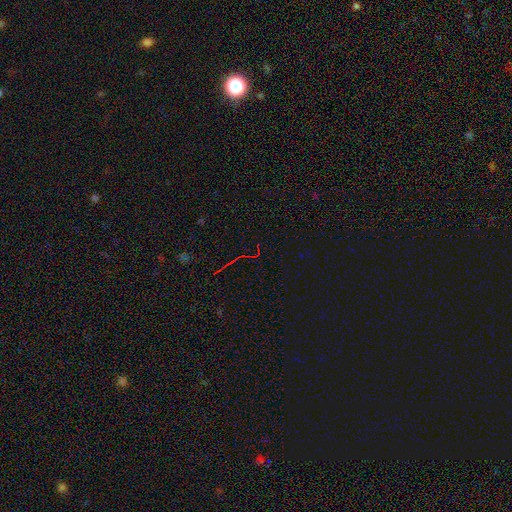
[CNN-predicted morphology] Overall: star or artifact (77%).